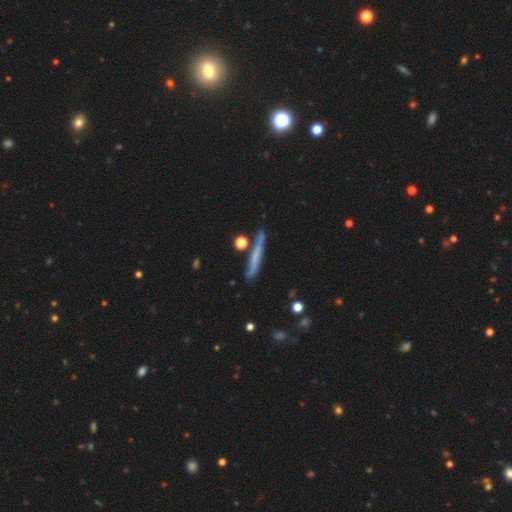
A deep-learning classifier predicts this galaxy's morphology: Smooth or featured? smooth (51%)
How rounded? cigar-shaped (92%)
Merging? none (76%)